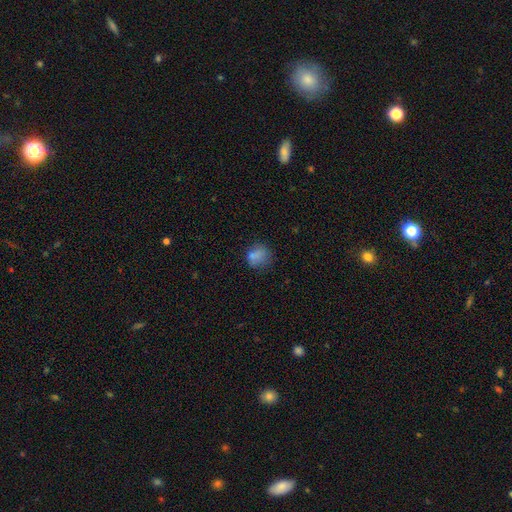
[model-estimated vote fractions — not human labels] Q: Smooth or featured?
A: smooth (76%); runner-up: star or artifact (13%)
Q: How rounded?
A: round (64%); runner-up: in between (34%)
Q: Merging?
A: none (57%); runner-up: minor disturbance (25%)